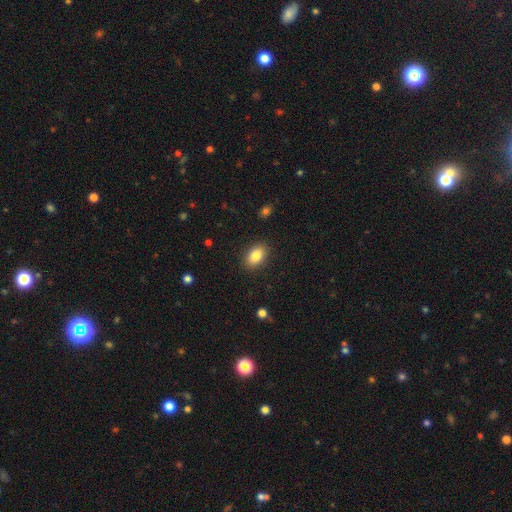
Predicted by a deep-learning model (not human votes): smooth_or_featured: smooth (p=0.85) [alt: star or artifact p=0.08]
how_rounded: in between (p=0.88) [alt: round p=0.10]
merging: none (p=0.88) [alt: minor disturbance p=0.08]